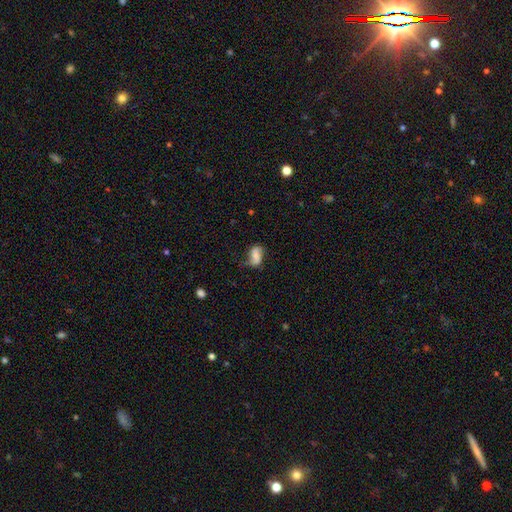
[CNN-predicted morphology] type=smooth (56%); roundness=in between (87%); merging=none (41%).